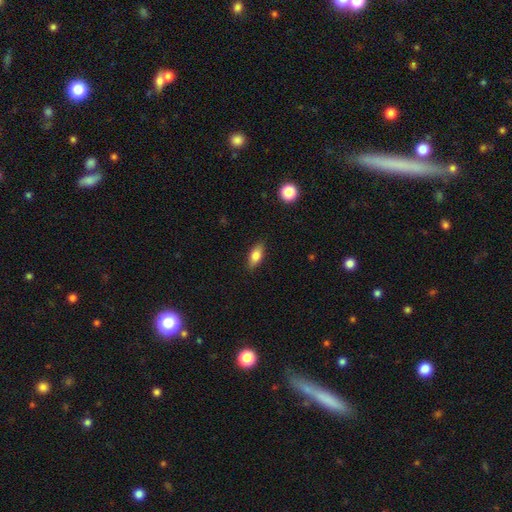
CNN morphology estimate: smooth-or-featured: smooth: 75% | featured or disk: 17% | star or artifact: 8%
  how-rounded: in between: 78% | cigar-shaped: 17% | round: 4%
  merging: none: 86% | minor disturbance: 11% | major disturbance: 2% | merger: 1%